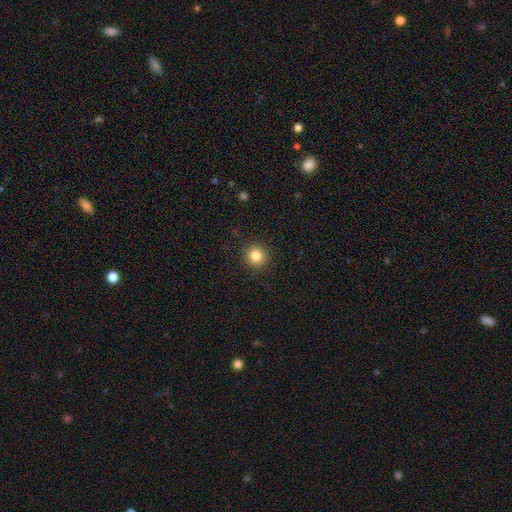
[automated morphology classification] type=smooth (83%); roundness=round (94%); merging=none (91%).